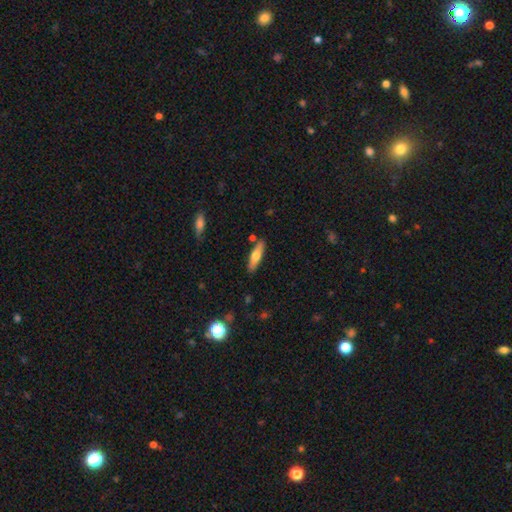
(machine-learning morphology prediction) The model was most divided on "smooth or featured": smooth: 55%, featured or disk: 39%, star or artifact: 6%. More confident: merging — none (84%); how rounded — cigar-shaped (67%).